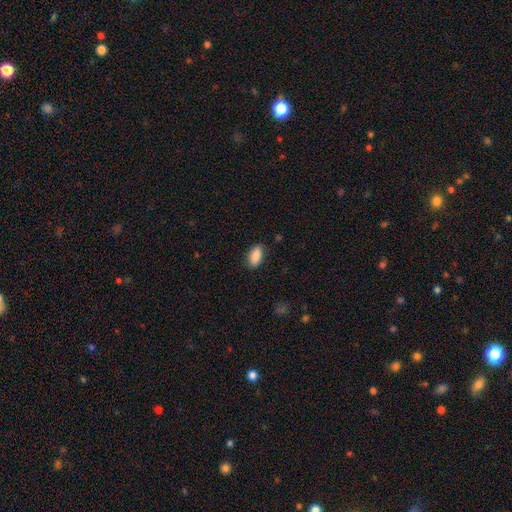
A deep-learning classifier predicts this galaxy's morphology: The model was most divided on "merging": none: 85%, minor disturbance: 11%, major disturbance: 2%, merger: 1%. More confident: how rounded — in between (91%); smooth or featured — smooth (86%).